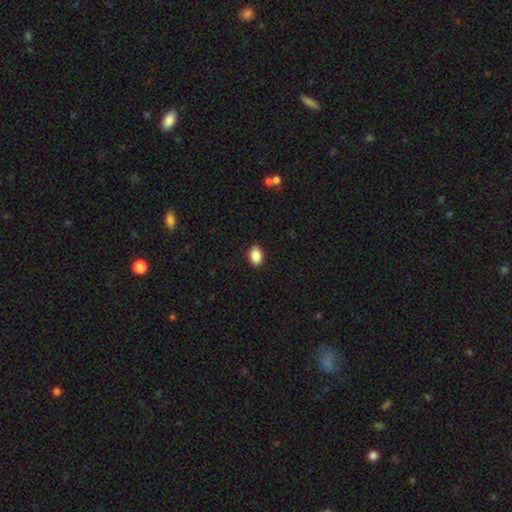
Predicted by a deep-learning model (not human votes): The model was most divided on "how rounded": in between: 85%, round: 14%, cigar-shaped: 1%. More confident: merging — none (89%); smooth or featured — smooth (88%).